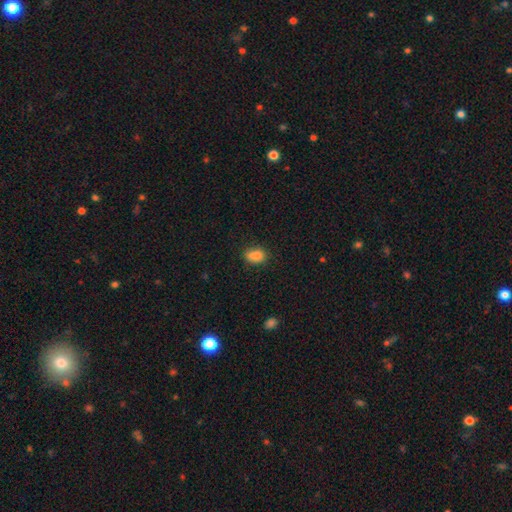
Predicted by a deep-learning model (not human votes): Smooth or featured? smooth (81%)
How rounded? in between (76%)
Merging? none (61%)